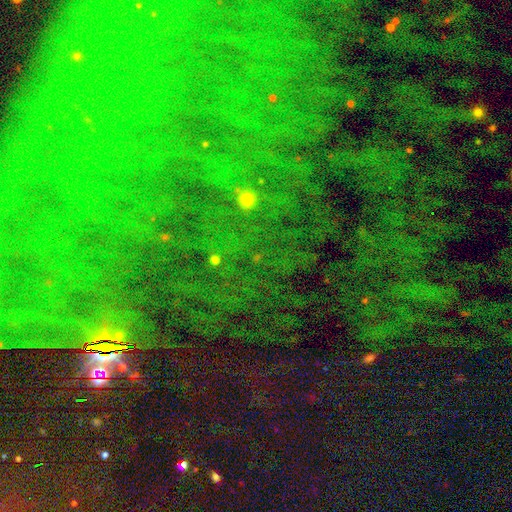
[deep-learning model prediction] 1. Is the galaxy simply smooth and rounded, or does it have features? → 84% star or artifact, 9% smooth, 7% featured or disk.